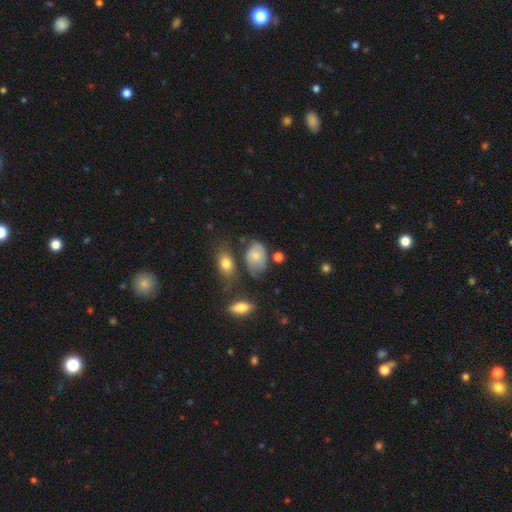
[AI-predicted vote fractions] smooth 64%, featured or disk 26%, star or artifact 9%. Down the decision tree: how rounded — in between (85%); merging — none (44%).